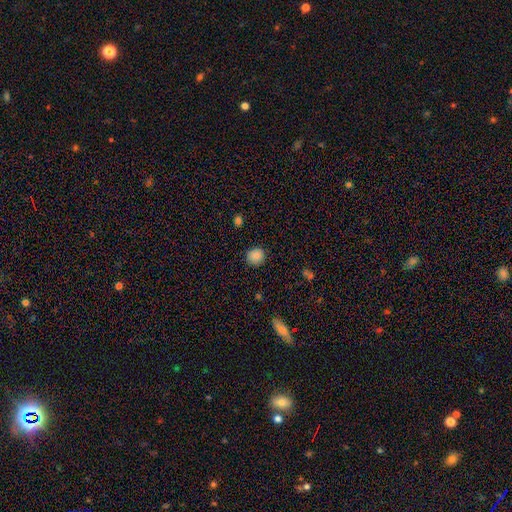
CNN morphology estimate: Smooth or featured: smooth — 86% (star or artifact — 10%)
How rounded: round — 88% (in between — 11%)
Merging: none — 87% (minor disturbance — 9%)